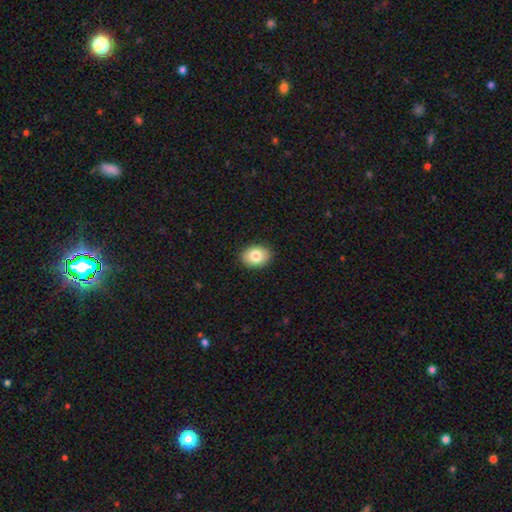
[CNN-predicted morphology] smooth_or_featured: smooth (p=0.82) [alt: featured or disk p=0.11]
how_rounded: in between (p=0.66) [alt: round p=0.33]
merging: none (p=0.90) [alt: minor disturbance p=0.07]